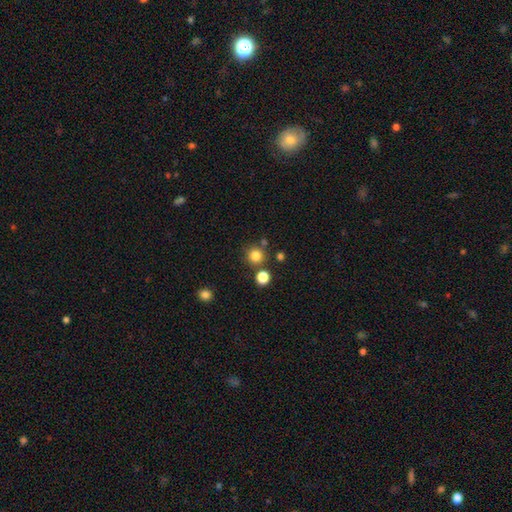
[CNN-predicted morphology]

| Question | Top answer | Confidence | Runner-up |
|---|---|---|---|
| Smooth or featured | smooth | 81% | star or artifact (14%) |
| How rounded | round | 94% | in between (5%) |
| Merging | none | 79% | merger (10%) |